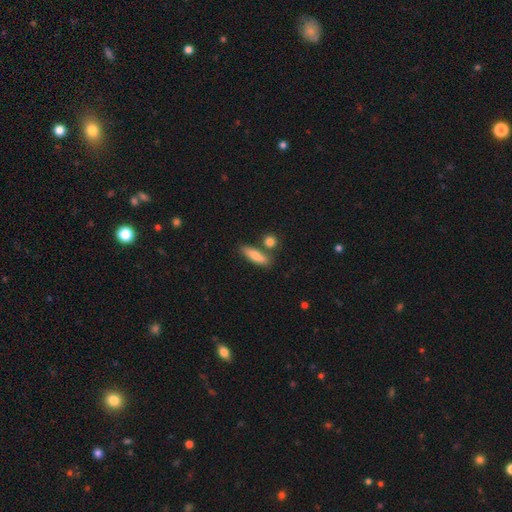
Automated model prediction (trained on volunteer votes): smooth_or_featured: smooth (p=0.81) [alt: featured or disk p=0.13]
how_rounded: cigar-shaped (p=0.57) [alt: in between p=0.38]
merging: none (p=0.72) [alt: merger p=0.13]